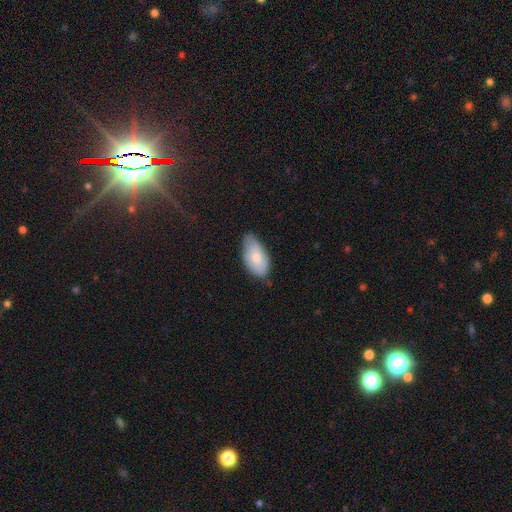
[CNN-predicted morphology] This is likely a smooth galaxy (71%). How rounded: clearly in between (94%). Merging: possibly none (54%).